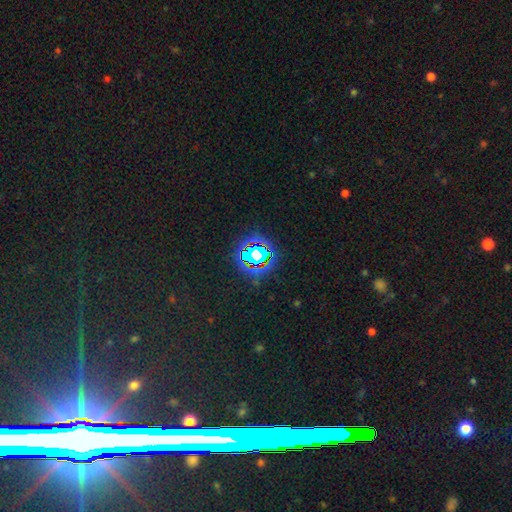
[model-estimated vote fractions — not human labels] Smooth or featured: star or artifact — 72% (smooth — 16%)